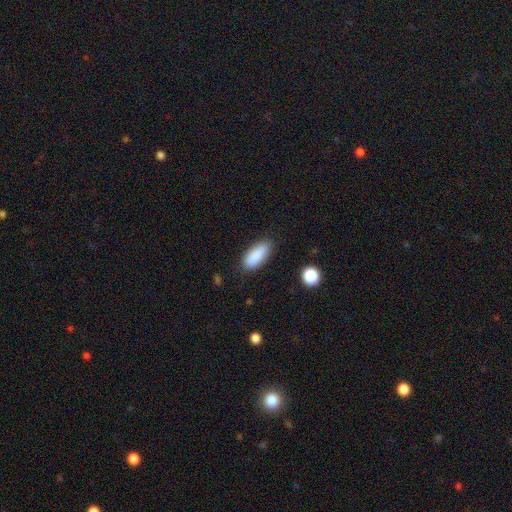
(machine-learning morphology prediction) The model was most divided on "merging": none: 81%, minor disturbance: 14%, major disturbance: 3%, merger: 2%. More confident: smooth or featured — smooth (88%); how rounded — in between (83%).